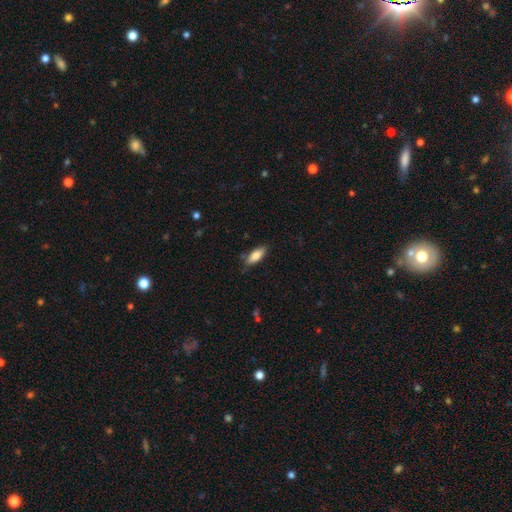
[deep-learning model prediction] Smooth or featured?
  - smooth: 78% *
  - featured or disk: 16%
  - star or artifact: 7%
How rounded?
  - in between: 71% *
  - cigar-shaped: 27%
  - round: 2%
Merging?
  - none: 78% *
  - minor disturbance: 17%
  - major disturbance: 3%
  - merger: 2%